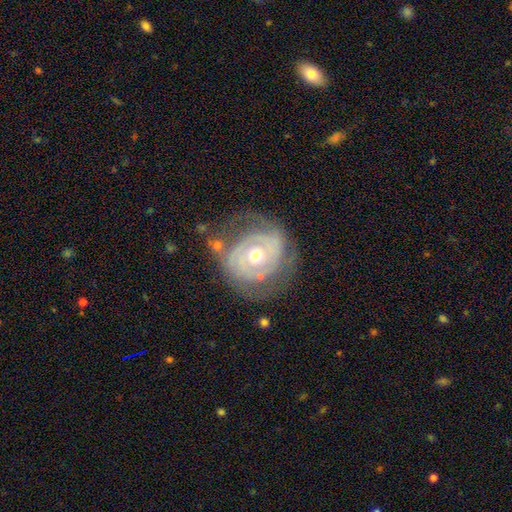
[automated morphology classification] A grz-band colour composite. It shows a featured or disk galaxy (78%) with no bar (76%), 2 (41%) tight (65%) spiral arms (76%) and a moderate central bulge (65%). Merging: none (58%).